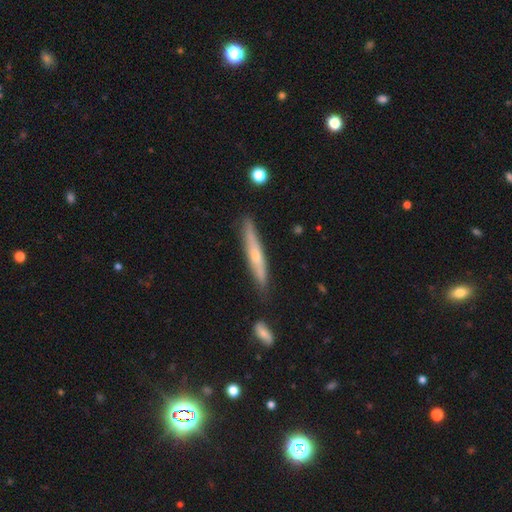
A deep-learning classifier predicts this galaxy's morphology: featured or disk 57%, smooth 36%, star or artifact 7%. Down the decision tree: edge-on disk — yes (91%); edge-on bulge — rounded (73%); merging — none (82%).